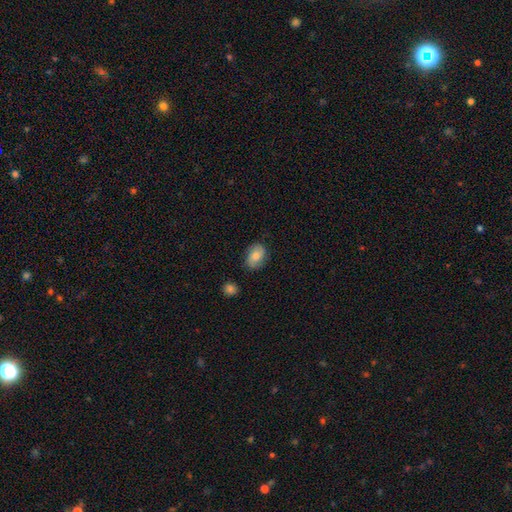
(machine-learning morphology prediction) type=smooth (68%); roundness=in between (73%); merging=none (79%).